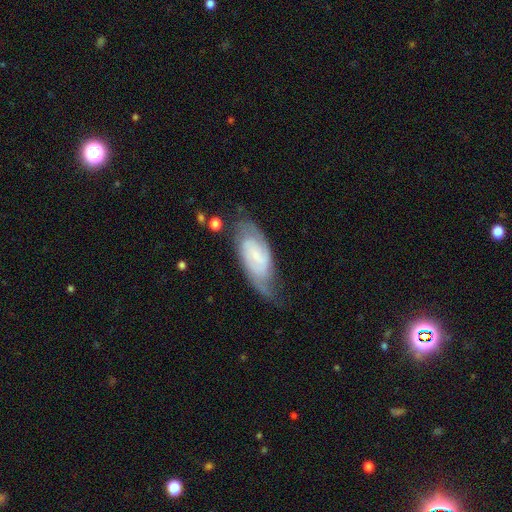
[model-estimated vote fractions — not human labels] This is likely a featured or disk galaxy (77%). It is clearly not viewed edge-on (93%). Bar: possibly weak (47%). Spiral arm pattern: clearly yes (94%). Spiral arm count: likely 2 (77%). Spiral winding: marginally medium (44%). Central bulge: likely small (70%). Merging: likely none (63%).